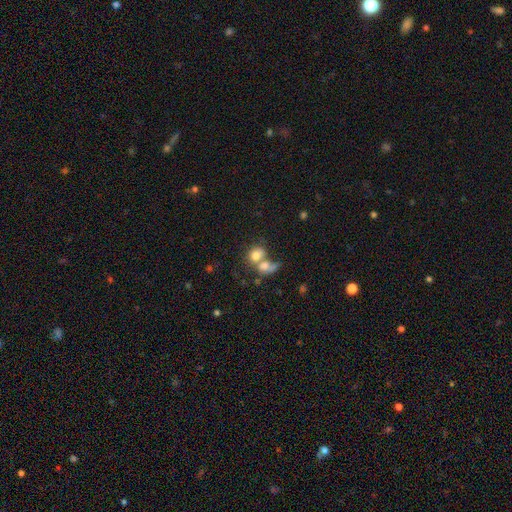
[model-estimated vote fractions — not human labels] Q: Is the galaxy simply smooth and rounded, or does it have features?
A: smooth — 72%.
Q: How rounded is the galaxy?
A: round — 57%.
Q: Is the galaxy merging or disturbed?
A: merger — 66%.